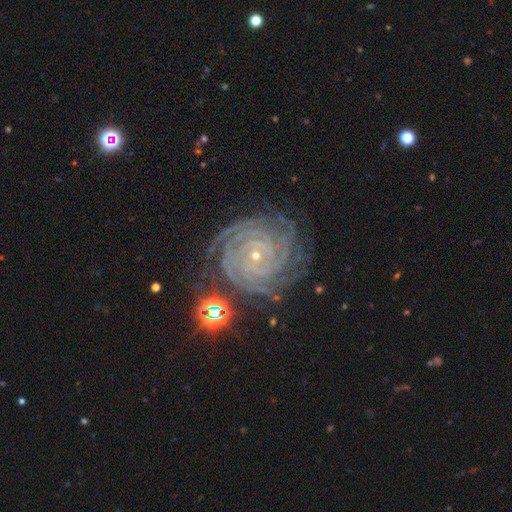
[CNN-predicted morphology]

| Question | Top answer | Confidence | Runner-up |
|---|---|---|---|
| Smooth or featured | featured or disk | 90% | star or artifact (6%) |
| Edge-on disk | no | 98% | yes (2%) |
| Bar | no | 65% | weak (22%) |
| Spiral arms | yes | 99% | no (1%) |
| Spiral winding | tight | 89% | medium (9%) |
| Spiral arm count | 4 | 29% | more than 4 (24%) |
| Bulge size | small | 86% | moderate (11%) |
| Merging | none | 79% | minor disturbance (14%) |